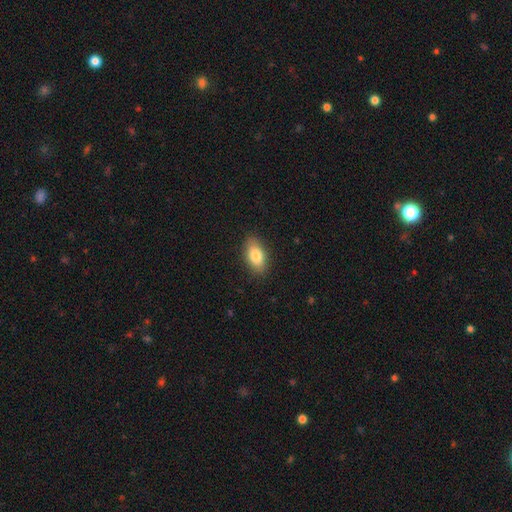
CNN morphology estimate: smooth_or_featured: smooth (p=0.83) [alt: featured or disk p=0.10]
how_rounded: in between (p=0.90) [alt: round p=0.05]
merging: none (p=0.87) [alt: minor disturbance p=0.09]